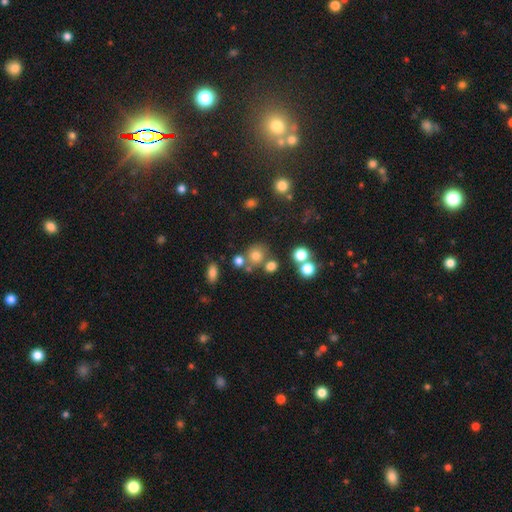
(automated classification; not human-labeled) Smooth or featured?
  - smooth: 72% *
  - star or artifact: 18%
  - featured or disk: 10%
How rounded?
  - round: 82% *
  - in between: 17%
  - cigar-shaped: 1%
Merging?
  - none: 65% *
  - merger: 19%
  - minor disturbance: 11%
  - major disturbance: 5%